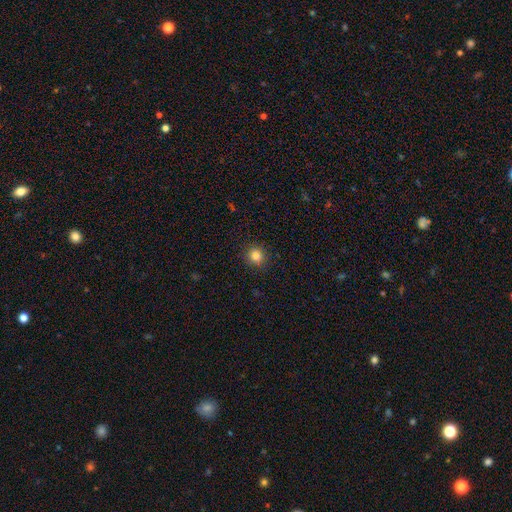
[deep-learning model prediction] Smooth or featured: smooth — 84% (star or artifact — 12%)
How rounded: round — 91% (in between — 8%)
Merging: none — 90% (minor disturbance — 7%)